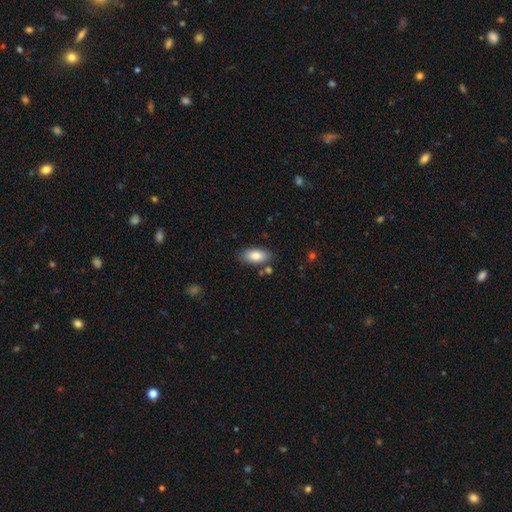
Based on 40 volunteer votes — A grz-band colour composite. It shows a smooth galaxy with no disk features (90%) that is in between round and cigar-shaped (89%). Merging: none (84%).